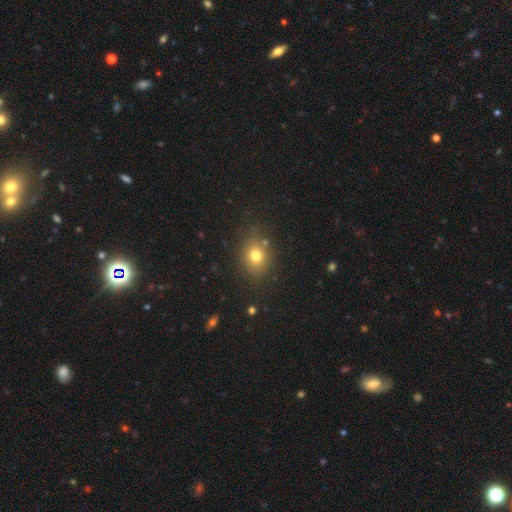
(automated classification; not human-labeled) A smooth galaxy with no disk features (76%) that is round (58%).

Vote fractions:
- Smooth or featured? smooth: 76% / star or artifact: 15% / featured or disk: 10%
- How rounded? round: 58% / in between: 41% / cigar-shaped: 1%
- Merging? none: 81% / minor disturbance: 11% / major disturbance: 4% / merger: 4%